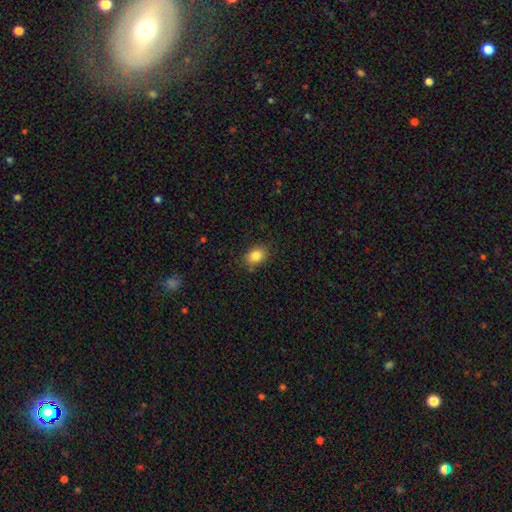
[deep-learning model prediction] The model was most divided on "how rounded": in between: 71%, round: 28%, cigar-shaped: 1%. More confident: smooth or featured — smooth (85%); merging — none (84%).